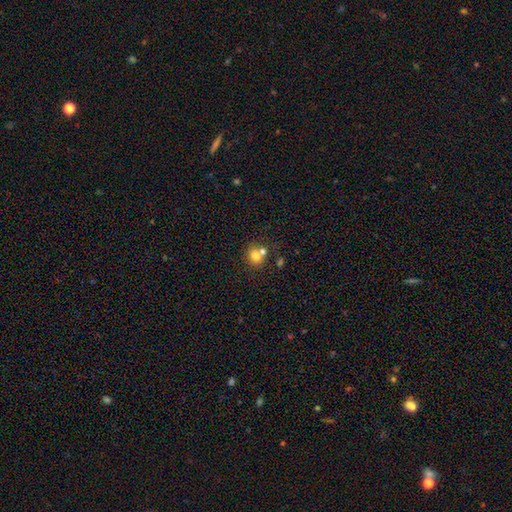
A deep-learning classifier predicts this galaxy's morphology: A smooth galaxy with no disk features (76%) that is round (76%). Merging: none (51%).